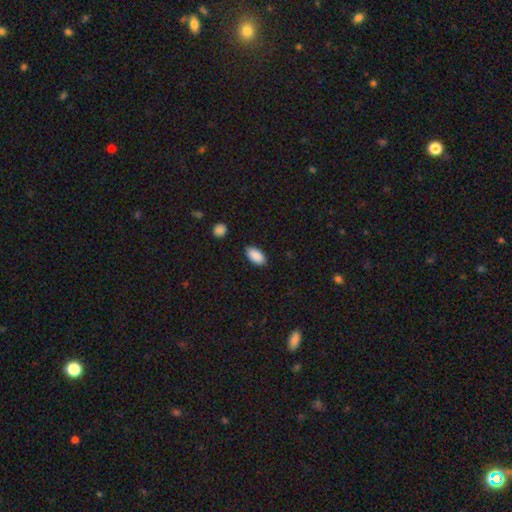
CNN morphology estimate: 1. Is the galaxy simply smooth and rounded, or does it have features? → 90% smooth, 7% star or artifact, 3% featured or disk.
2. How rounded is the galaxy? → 93% in between, 3% cigar-shaped, 3% round.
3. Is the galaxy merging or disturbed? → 86% none, 11% minor disturbance, 2% major disturbance, 1% merger.